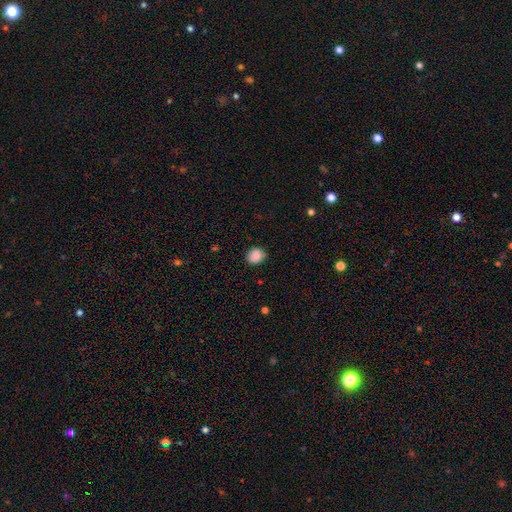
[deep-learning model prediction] Q: Smooth or featured?
A: smooth (87%); runner-up: star or artifact (9%)
Q: How rounded?
A: round (79%); runner-up: in between (20%)
Q: Merging?
A: none (85%); runner-up: minor disturbance (12%)